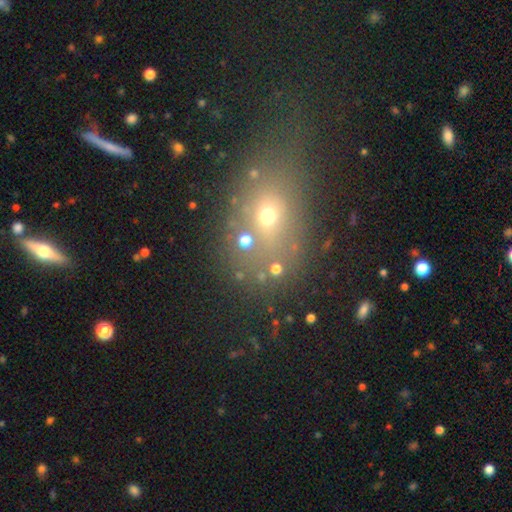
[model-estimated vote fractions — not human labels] Q: Smooth or featured?
A: smooth (49%); runner-up: star or artifact (31%)
Q: Merging?
A: none (56%); runner-up: minor disturbance (17%)